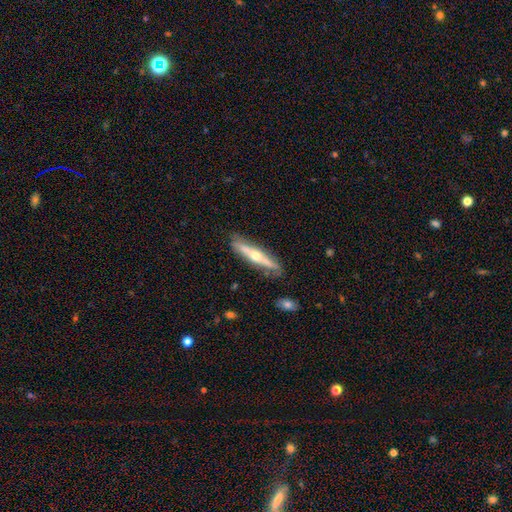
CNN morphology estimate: smooth-or-featured: featured or disk: 64% | smooth: 31% | star or artifact: 6%
  disk-edge-on: yes: 88% | no: 12%
    edge-on-bulge: rounded: 88% | none: 9% | boxy: 3%
  merging: none: 81% | minor disturbance: 14% | major disturbance: 3% | merger: 2%